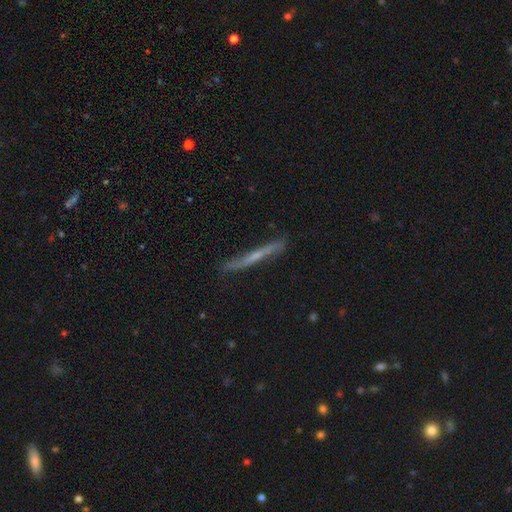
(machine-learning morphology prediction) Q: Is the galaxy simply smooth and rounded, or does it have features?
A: featured or disk — 63%.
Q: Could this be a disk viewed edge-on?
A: yes — 91%.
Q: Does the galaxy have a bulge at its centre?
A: none — 55%.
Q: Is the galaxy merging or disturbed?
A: none — 81%.